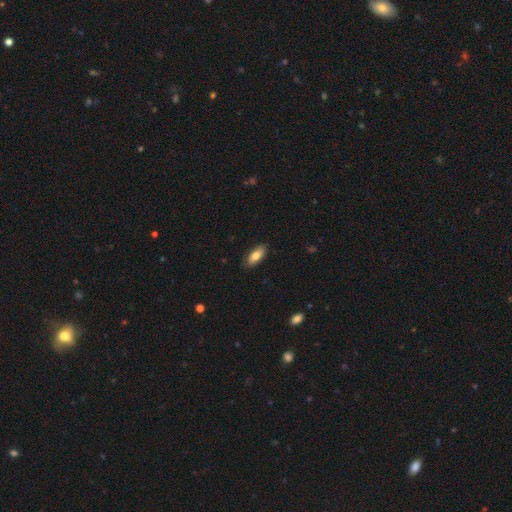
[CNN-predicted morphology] smooth-or-featured: smooth: 80% | featured or disk: 14% | star or artifact: 6%
  how-rounded: in between: 83% | cigar-shaped: 15% | round: 2%
  merging: none: 87% | minor disturbance: 10% | major disturbance: 2% | merger: 1%